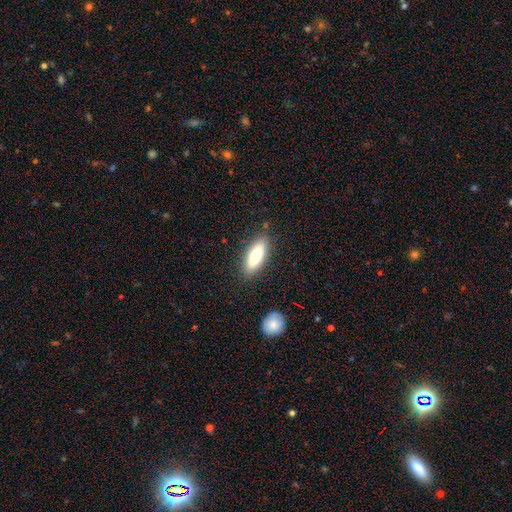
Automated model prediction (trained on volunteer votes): smooth 75%, featured or disk 19%, star or artifact 6%. Down the decision tree: how rounded — in between (65%); merging — none (85%).